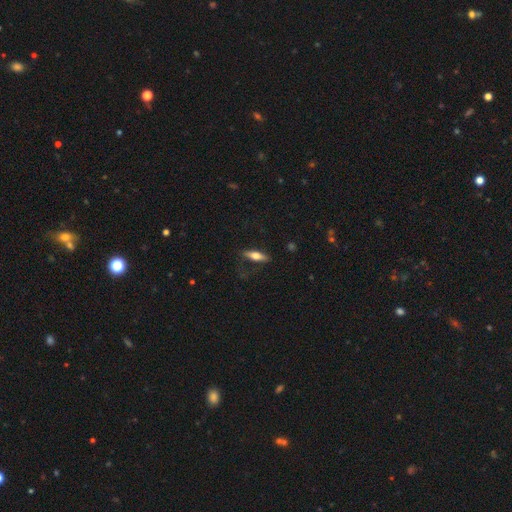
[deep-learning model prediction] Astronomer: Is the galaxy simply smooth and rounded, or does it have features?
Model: smooth — 61%.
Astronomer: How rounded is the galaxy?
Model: cigar-shaped — 53% (runner-up: in between, 44%).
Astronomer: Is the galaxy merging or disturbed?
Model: none — 72%.